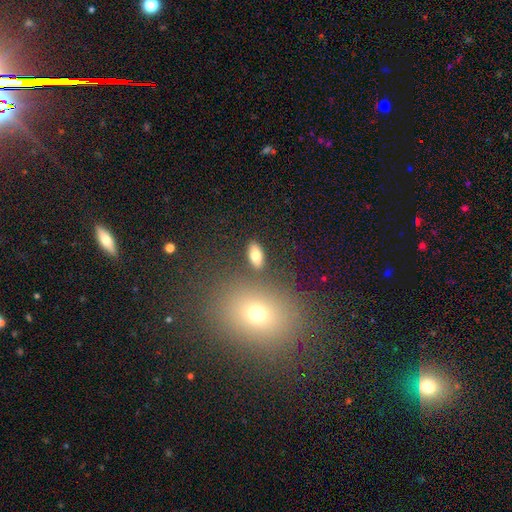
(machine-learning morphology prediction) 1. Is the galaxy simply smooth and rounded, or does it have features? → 77% smooth, 14% featured or disk, 9% star or artifact.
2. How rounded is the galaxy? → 89% in between, 6% round, 5% cigar-shaped.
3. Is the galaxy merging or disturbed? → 83% none, 9% minor disturbance, 5% merger, 3% major disturbance.